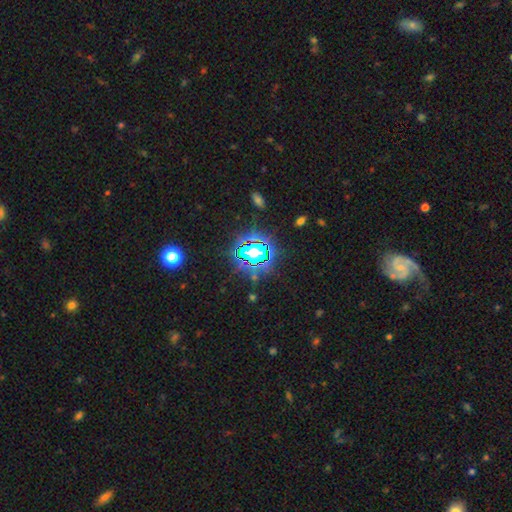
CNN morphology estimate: smooth_or_featured: star or artifact (p=0.75) [alt: smooth p=0.16]